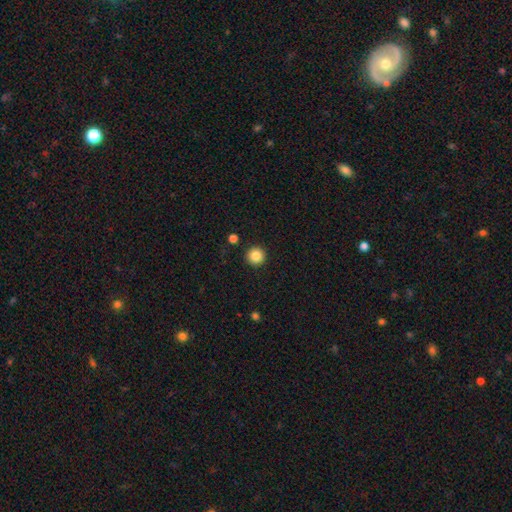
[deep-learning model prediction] This appears to be a smooth galaxy with no disk features (86%) that is round (96%). Merging: none (92%).